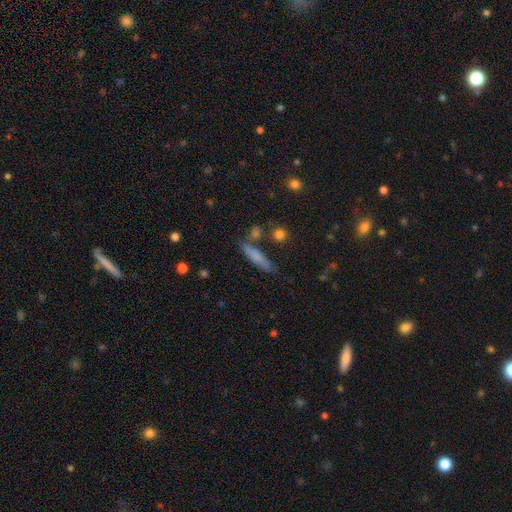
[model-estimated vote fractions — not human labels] Q: Smooth or featured?
A: smooth (70%); runner-up: featured or disk (22%)
Q: How rounded?
A: cigar-shaped (81%); runner-up: in between (16%)
Q: Merging?
A: none (75%); runner-up: minor disturbance (14%)